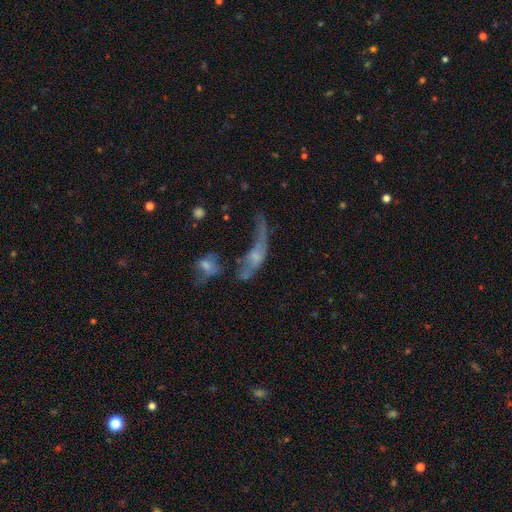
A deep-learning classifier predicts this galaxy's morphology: The model was most divided on "merging": major disturbance: 38%, merger: 33%, none: 17%, minor disturbance: 12%. Remaining: smooth or featured — featured or disk (46%).